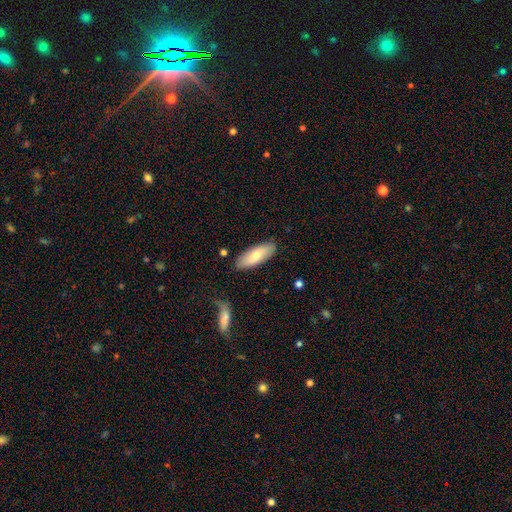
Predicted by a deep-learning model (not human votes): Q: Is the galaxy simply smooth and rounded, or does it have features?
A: smooth — 70%.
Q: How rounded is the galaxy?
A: in between — 73%.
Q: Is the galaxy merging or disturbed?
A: none — 86%.